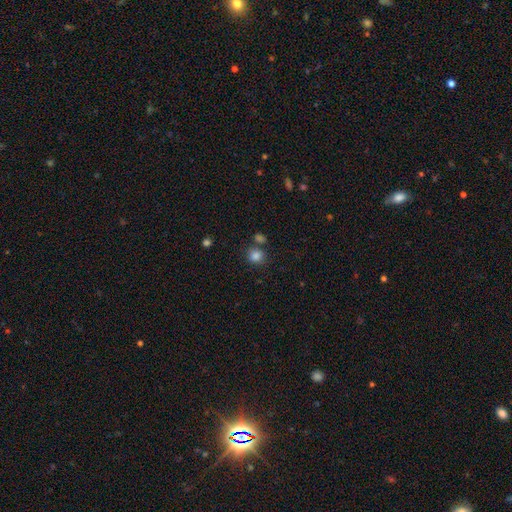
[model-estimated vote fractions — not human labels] Overall: smooth (83%). How rounded: round (73%). Merging: none (67%).